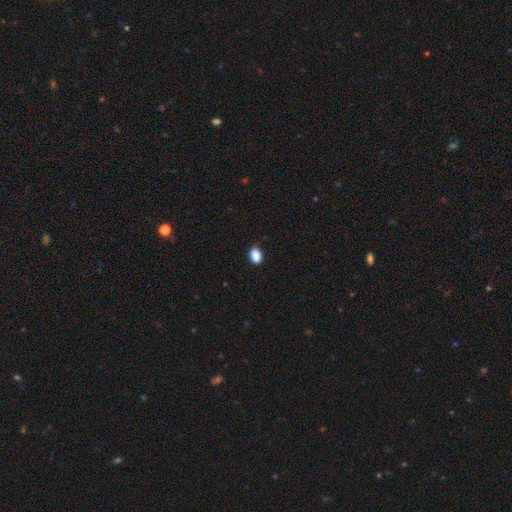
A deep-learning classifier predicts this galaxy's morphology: smooth_or_featured: smooth (p=0.89) [alt: star or artifact p=0.08]
how_rounded: in between (p=0.80) [alt: round p=0.19]
merging: none (p=0.83) [alt: minor disturbance p=0.14]